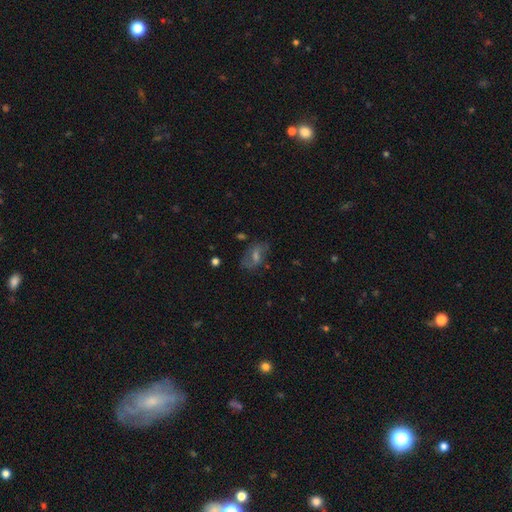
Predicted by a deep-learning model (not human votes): Overall: featured or disk (53%; smooth 30%). Edge-on disk: no (93%). Merging: none (71%).